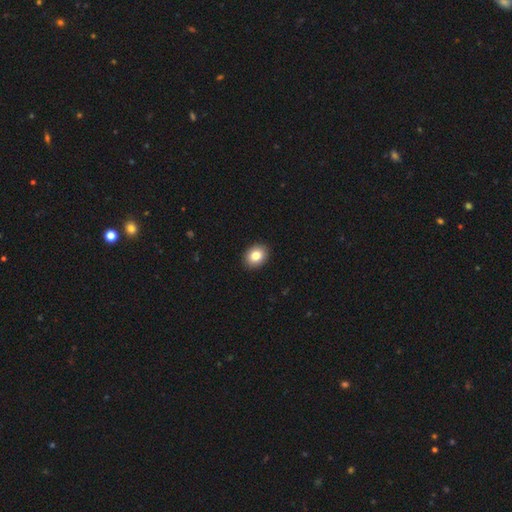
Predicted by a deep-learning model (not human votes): Smooth or featured? smooth (83%)
How rounded? in between (54%)
Merging? none (91%)